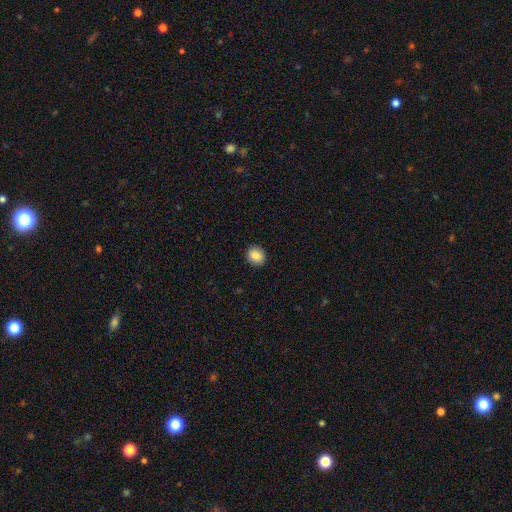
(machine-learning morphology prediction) Smooth or featured: smooth — 87% (star or artifact — 9%)
How rounded: round — 67% (in between — 32%)
Merging: none — 91% (minor disturbance — 6%)